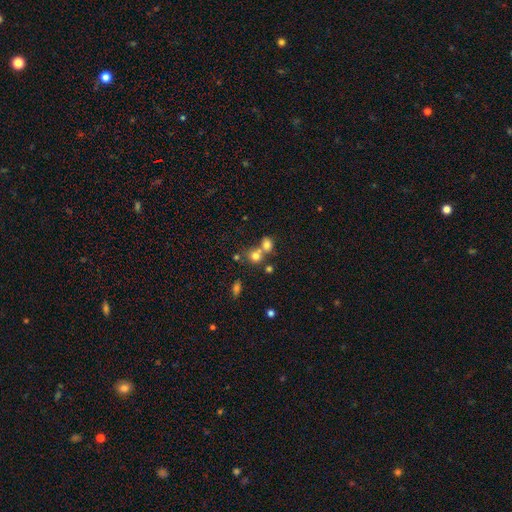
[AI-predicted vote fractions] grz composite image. It shows a smooth galaxy with no disk features (73%) that is round (74%). Merging: merger (48%).